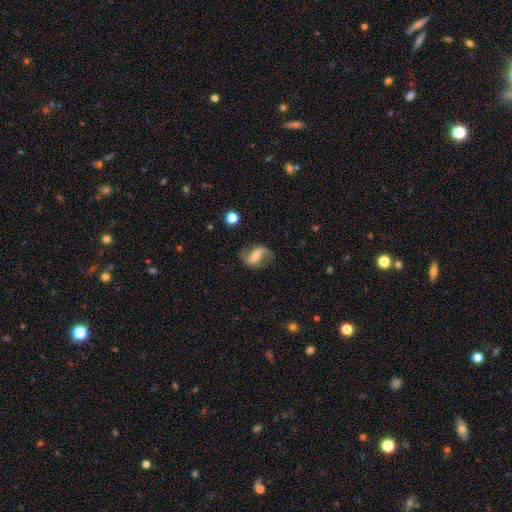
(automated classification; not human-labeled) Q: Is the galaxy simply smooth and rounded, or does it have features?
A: featured or disk — 78%.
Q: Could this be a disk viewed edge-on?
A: no — 97%.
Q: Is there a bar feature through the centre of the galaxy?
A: weak — 41%.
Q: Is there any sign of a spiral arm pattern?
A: yes — 94%.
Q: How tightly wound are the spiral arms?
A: loose — 66%.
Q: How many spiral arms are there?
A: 2 — 91%.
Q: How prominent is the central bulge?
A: small — 40%.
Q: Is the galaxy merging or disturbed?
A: none — 75%.